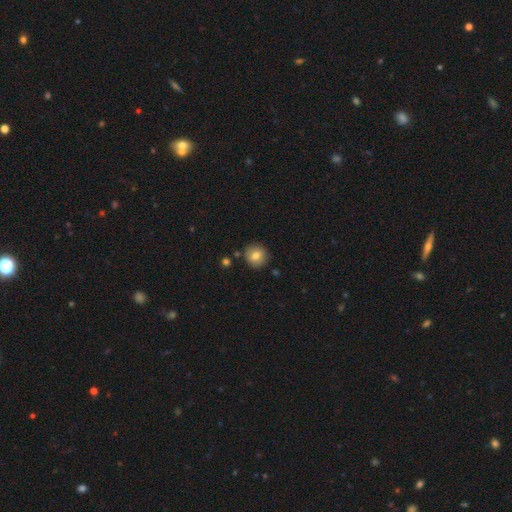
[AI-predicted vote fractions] Q: Smooth or featured?
A: smooth (79%); runner-up: featured or disk (12%)
Q: How rounded?
A: round (93%); runner-up: in between (6%)
Q: Merging?
A: none (88%); runner-up: minor disturbance (7%)